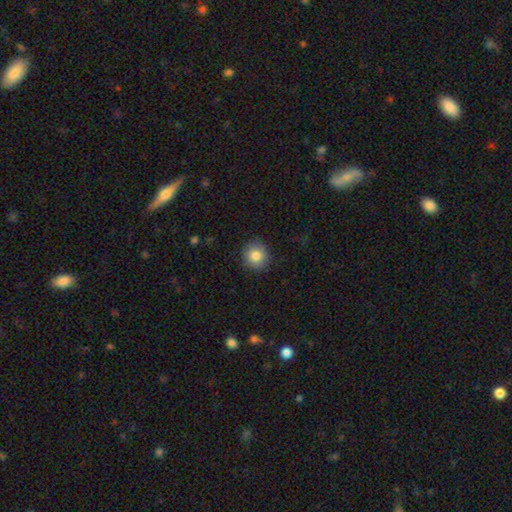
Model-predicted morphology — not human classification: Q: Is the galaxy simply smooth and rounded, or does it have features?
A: smooth — 83%.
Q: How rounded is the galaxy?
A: round — 91%.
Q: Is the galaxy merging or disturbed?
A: none — 89%.